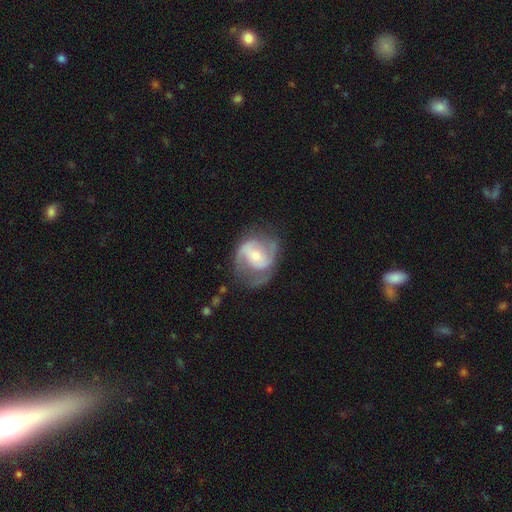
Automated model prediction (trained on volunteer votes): Smooth or featured? Predicted: featured or disk (p=0.78). Edge-on disk? Predicted: no (p=0.97). Bar? Predicted: no (p=0.45). Spiral arms? Predicted: yes (p=0.88). Spiral winding? Predicted: medium (p=0.49). Spiral arm count? Predicted: 2 (p=0.76). Bulge size? Predicted: small (p=0.52). Merging? Predicted: none (p=0.54).